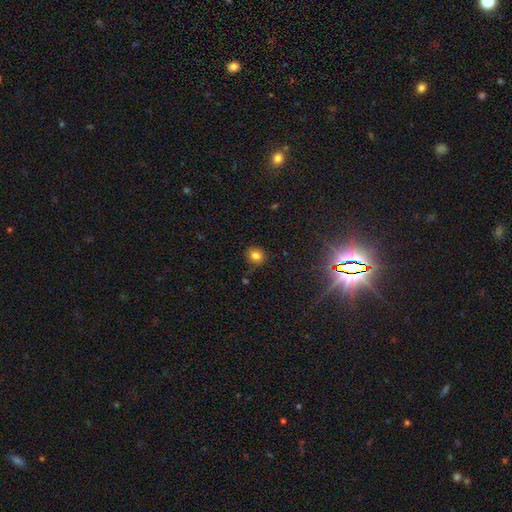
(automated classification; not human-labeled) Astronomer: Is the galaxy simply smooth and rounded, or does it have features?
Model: smooth — 80%.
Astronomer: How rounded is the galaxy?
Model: round — 86%.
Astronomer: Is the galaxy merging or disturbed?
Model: none — 79%.